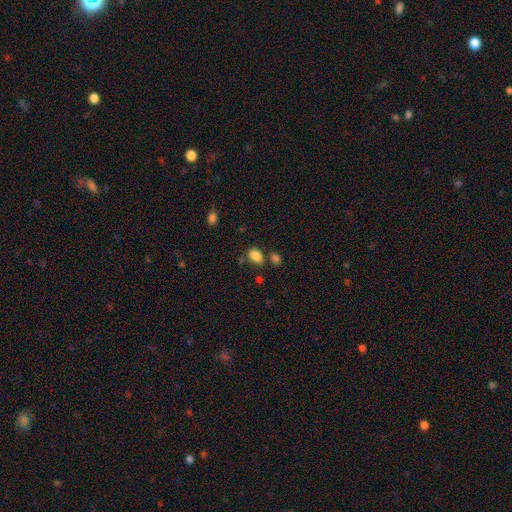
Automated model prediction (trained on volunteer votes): Q: Smooth or featured?
A: smooth (84%); runner-up: star or artifact (11%)
Q: How rounded?
A: in between (85%); runner-up: round (13%)
Q: Merging?
A: none (65%); runner-up: minor disturbance (16%)